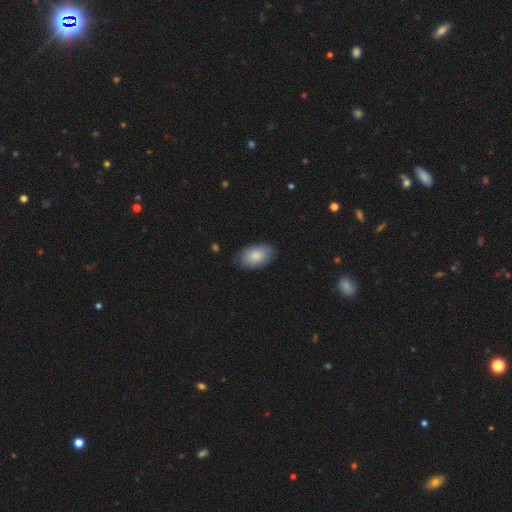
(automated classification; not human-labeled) This appears to be a smooth galaxy with no disk features (84%) that is in between round and cigar-shaped (94%). Merging: none (82%).